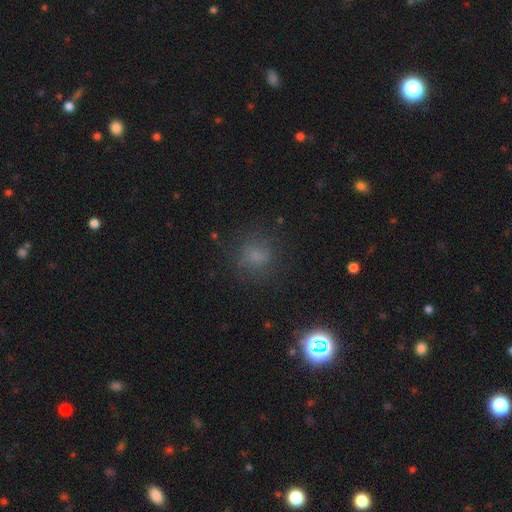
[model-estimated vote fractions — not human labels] Overall: smooth (64%). How rounded: round (77%). Merging: none (72%).